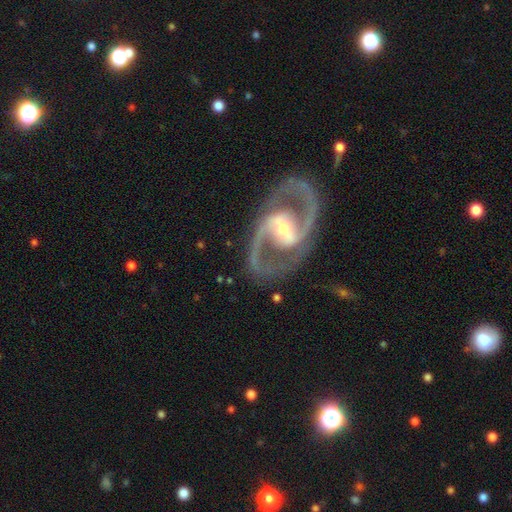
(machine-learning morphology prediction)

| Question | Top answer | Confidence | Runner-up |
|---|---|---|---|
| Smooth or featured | featured or disk | 93% | star or artifact (4%) |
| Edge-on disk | no | 97% | yes (3%) |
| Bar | strong | 42% | weak (38%) |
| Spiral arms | yes | 98% | no (2%) |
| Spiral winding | medium | 65% | tight (19%) |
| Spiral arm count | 2 | 94% | 3 (1%) |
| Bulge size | moderate | 52% | small (41%) |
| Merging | none | 83% | minor disturbance (11%) |